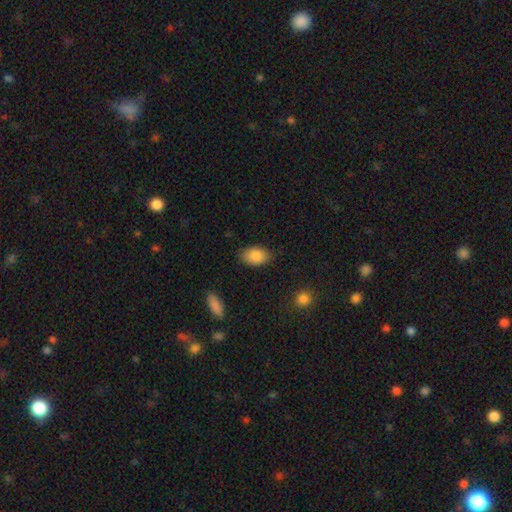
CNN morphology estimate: type=smooth (87%); roundness=in between (91%); merging=none (83%).